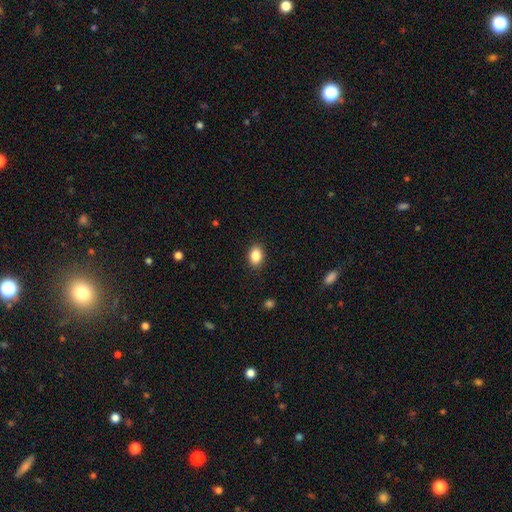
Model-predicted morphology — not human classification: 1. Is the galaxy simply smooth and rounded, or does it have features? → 86% smooth, 9% star or artifact, 5% featured or disk.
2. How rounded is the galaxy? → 76% in between, 23% round, 1% cigar-shaped.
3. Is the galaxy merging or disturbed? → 89% none, 8% minor disturbance, 2% major disturbance, 1% merger.